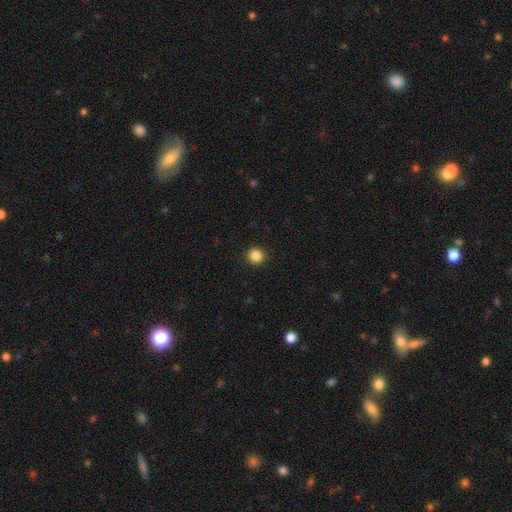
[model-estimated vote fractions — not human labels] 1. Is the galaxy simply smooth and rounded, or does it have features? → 87% smooth, 10% star or artifact, 3% featured or disk.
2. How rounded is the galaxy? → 93% round, 6% in between, 1% cigar-shaped.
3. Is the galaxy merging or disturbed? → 92% none, 5% minor disturbance, 2% major disturbance, 1% merger.